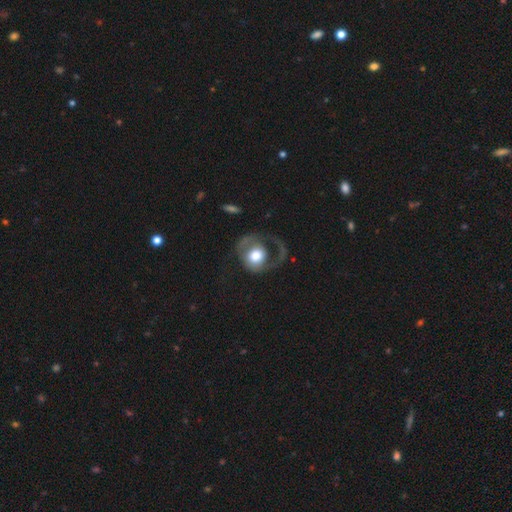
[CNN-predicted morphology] Smooth or featured? Predicted: featured or disk (p=0.51). Edge-on disk? Predicted: no (p=0.97). Merging? Predicted: major disturbance (p=0.50).